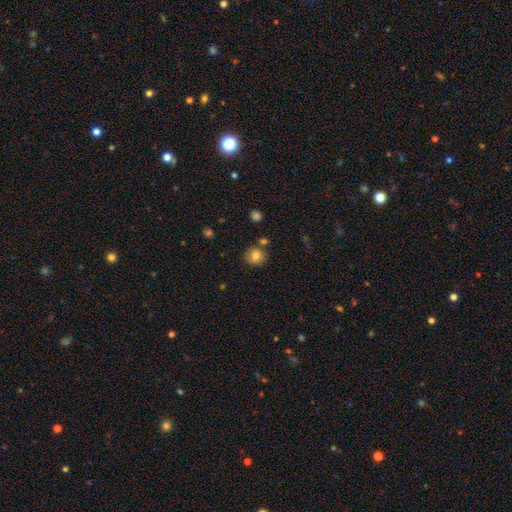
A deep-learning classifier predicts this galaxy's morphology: The model was most divided on "merging": none: 79%, minor disturbance: 10%, merger: 8%, major disturbance: 3%. More confident: how rounded — round (86%); smooth or featured — smooth (80%).